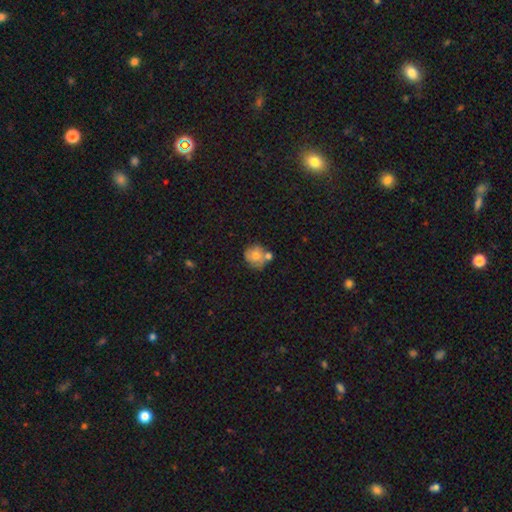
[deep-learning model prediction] smooth-or-featured: smooth: 61% | featured or disk: 31% | star or artifact: 8%
  how-rounded: round: 83% | in between: 16% | cigar-shaped: 1%
  merging: none: 48% | merger: 26% | minor disturbance: 19% | major disturbance: 6%